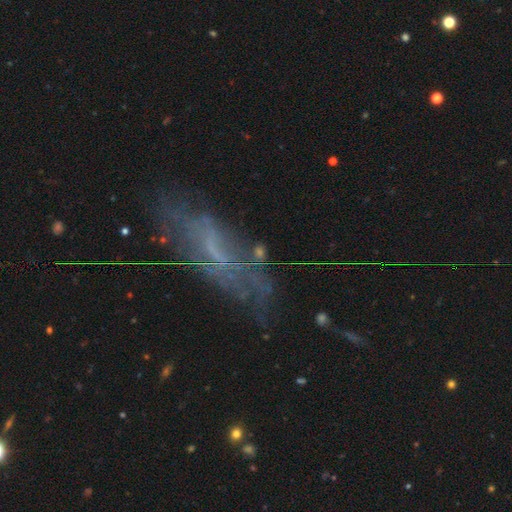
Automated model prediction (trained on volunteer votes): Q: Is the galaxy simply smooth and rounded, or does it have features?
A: featured or disk — 60%.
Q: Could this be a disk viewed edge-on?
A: no — 80%.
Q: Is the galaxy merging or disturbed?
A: none — 49%.